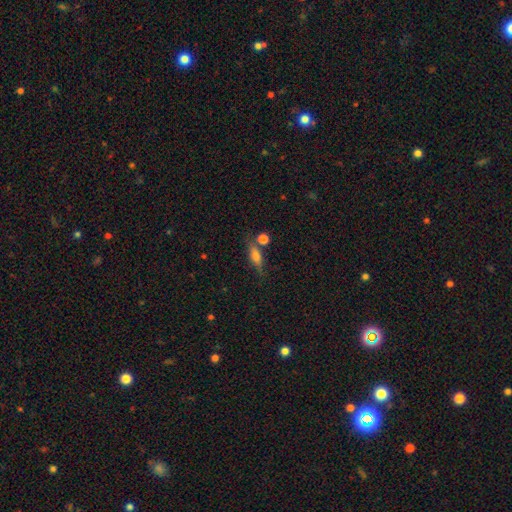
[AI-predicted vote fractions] This is likely a smooth galaxy (64%). How rounded: possibly in between (52%). Merging: likely none (64%).